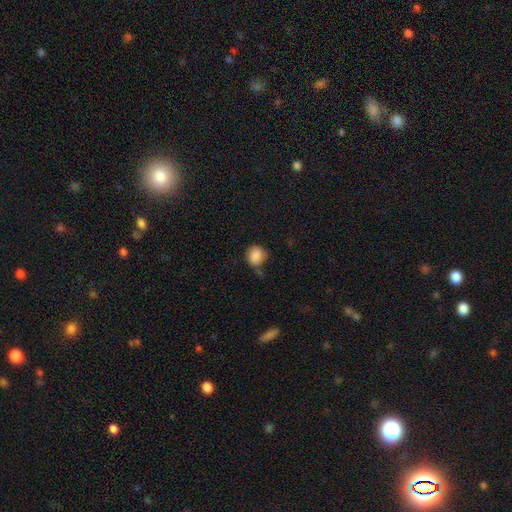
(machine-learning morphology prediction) Q: Smooth or featured?
A: smooth (87%); runner-up: star or artifact (8%)
Q: How rounded?
A: round (75%); runner-up: in between (24%)
Q: Merging?
A: none (58%); runner-up: minor disturbance (29%)